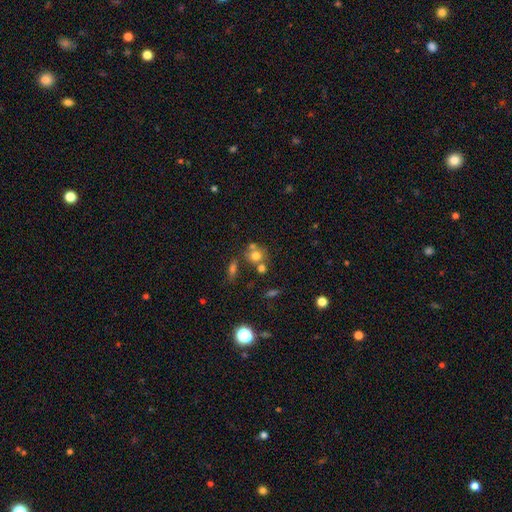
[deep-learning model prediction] Morphology: type=smooth (69%); roundness=round (76%); merging=none (47%).